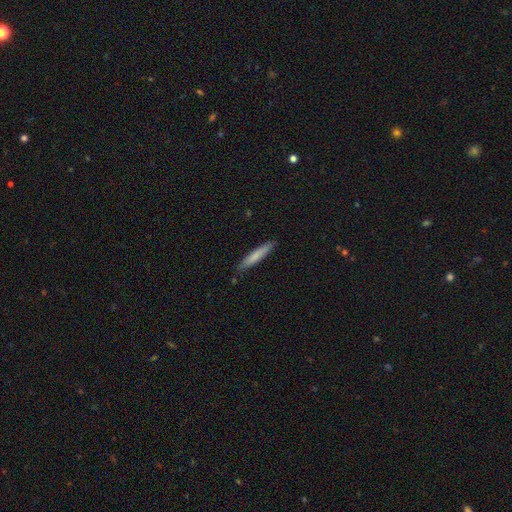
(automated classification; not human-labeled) Q: Smooth or featured?
A: smooth (74%); runner-up: featured or disk (21%)
Q: How rounded?
A: cigar-shaped (93%); runner-up: in between (6%)
Q: Merging?
A: none (87%); runner-up: minor disturbance (10%)